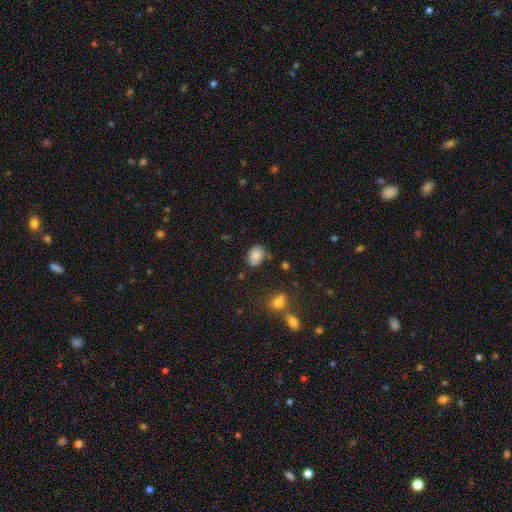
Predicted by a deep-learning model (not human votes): Morphology: type=smooth (83%); roundness=in between (67%); merging=none (73%).